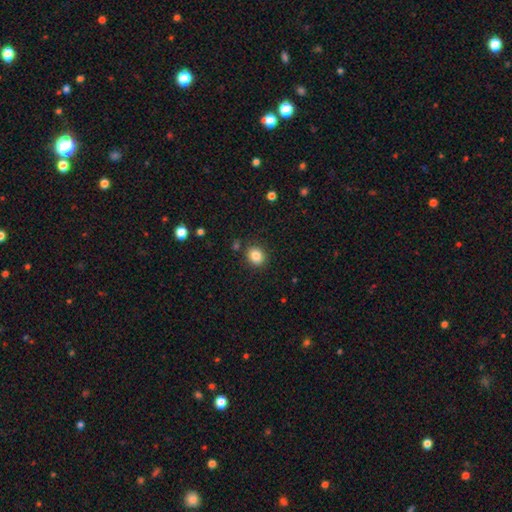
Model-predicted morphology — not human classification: This is clearly a smooth galaxy (85%). How rounded: likely round (62%). Merging: clearly none (85%).